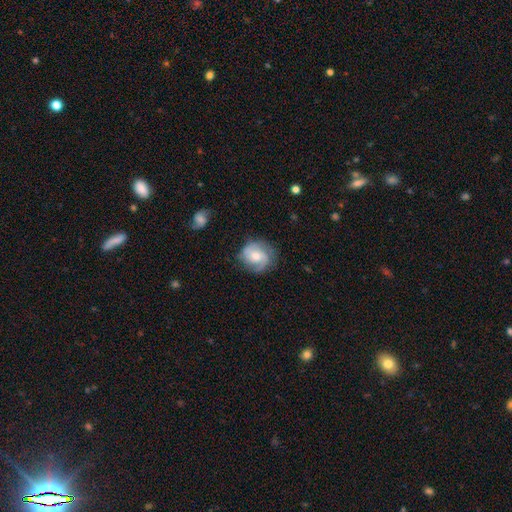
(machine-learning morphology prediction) type=featured or disk (69%); edge-on=no (98%); bar=no (58%); spiral arms=yes (93%); winding=medium (44%); arm count=2 (73%); bulge=moderate (60%); merging=none (75%).